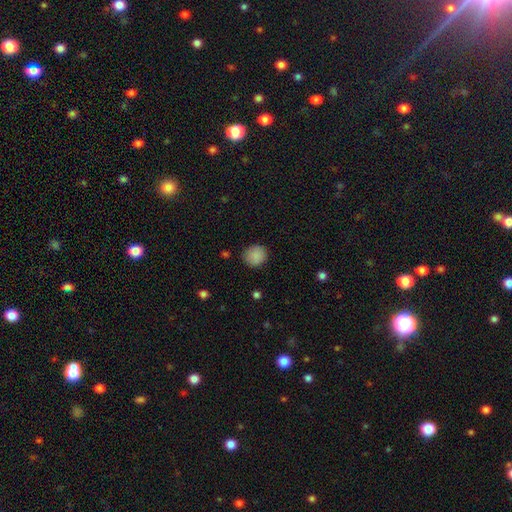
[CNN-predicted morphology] Smooth or featured?
  - smooth: 88% *
  - star or artifact: 9%
  - featured or disk: 4%
How rounded?
  - round: 84% *
  - in between: 15%
  - cigar-shaped: 1%
Merging?
  - none: 86% *
  - minor disturbance: 10%
  - major disturbance: 3%
  - merger: 1%